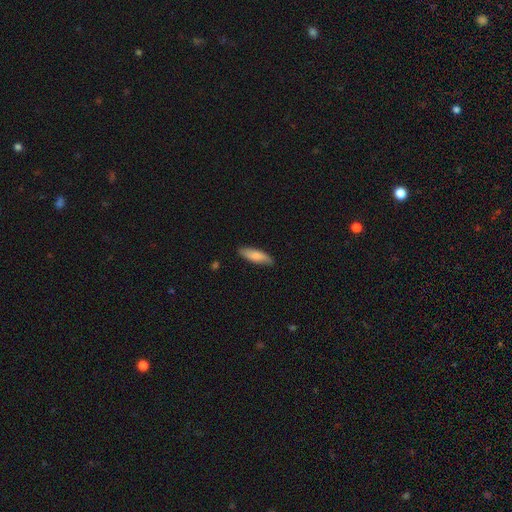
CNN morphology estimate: This appears to be a smooth galaxy with no disk features (80%) that is cigar-shaped (52%). Merging: none (84%).